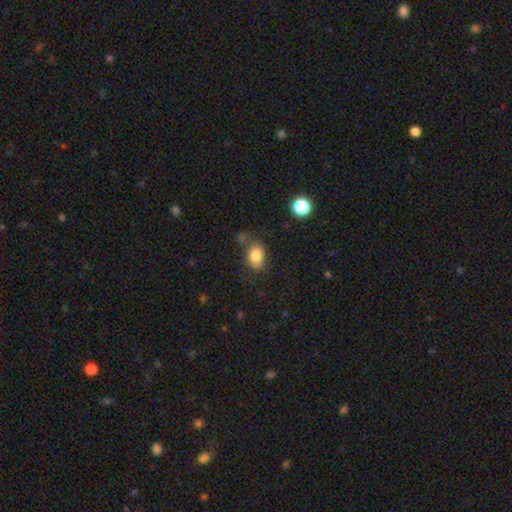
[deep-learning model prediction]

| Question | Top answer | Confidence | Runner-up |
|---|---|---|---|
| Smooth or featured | smooth | 82% | star or artifact (9%) |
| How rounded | in between | 75% | round (24%) |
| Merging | none | 62% | minor disturbance (22%) |